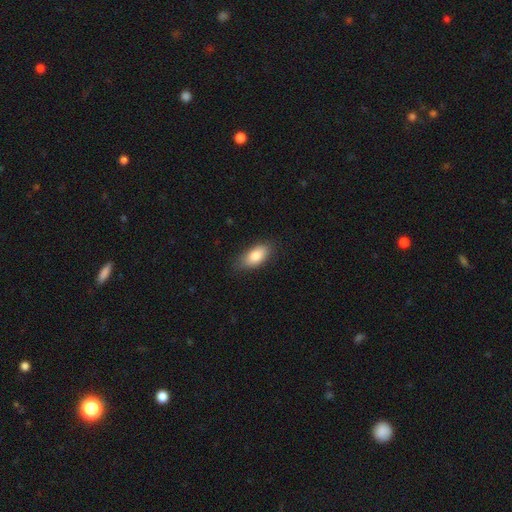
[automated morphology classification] This is clearly a smooth galaxy (83%). How rounded: clearly in between (89%). Merging: likely none (78%).